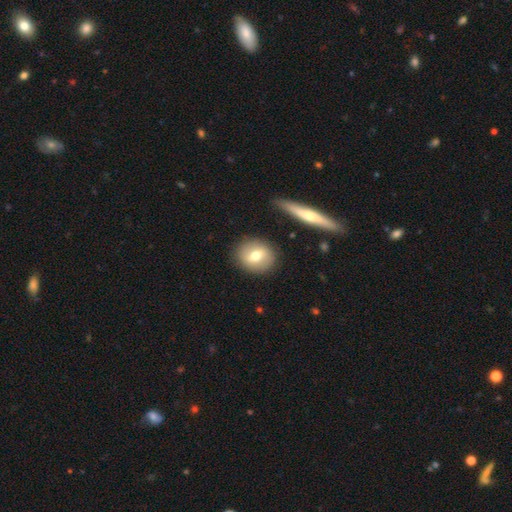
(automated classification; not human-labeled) A smooth galaxy with no disk features (65%) that is round (74%). Merging: none (85%).